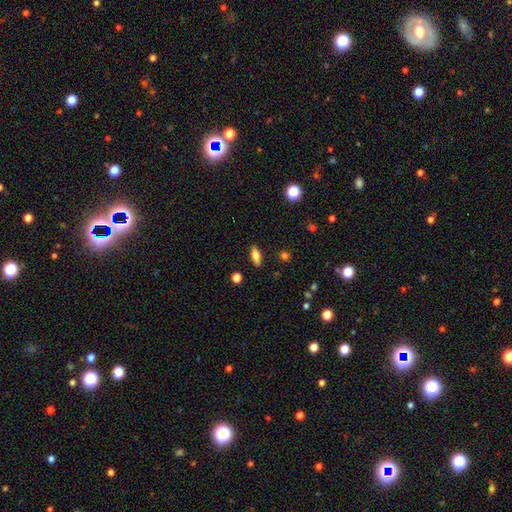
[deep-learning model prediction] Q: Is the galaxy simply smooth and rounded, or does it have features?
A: smooth — 71%.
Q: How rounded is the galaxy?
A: in between — 74%.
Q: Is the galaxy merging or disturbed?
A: none — 87%.